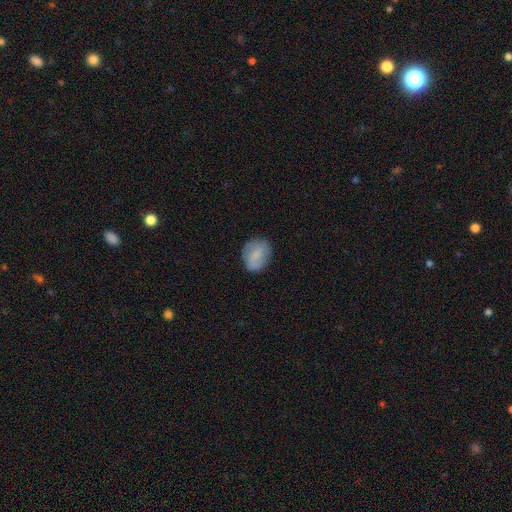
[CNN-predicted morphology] This appears to be a smooth galaxy with no disk features (68%) that is round (54%). Merging: none (76%).